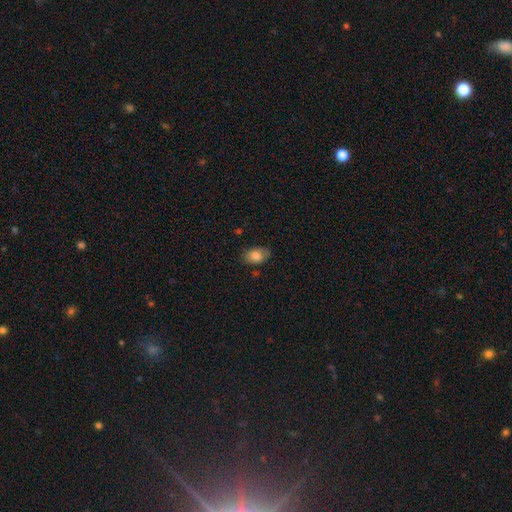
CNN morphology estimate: The model was most divided on "merging": none: 78%, minor disturbance: 17%, major disturbance: 4%, merger: 2%. More confident: how rounded — in between (88%); smooth or featured — smooth (81%).